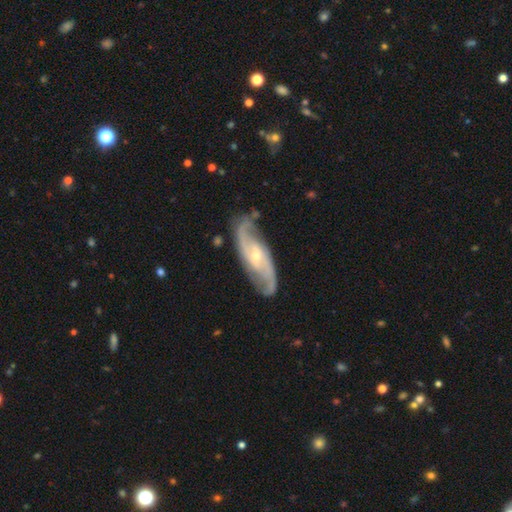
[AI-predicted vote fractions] Smooth or featured: featured or disk — 89% (smooth — 6%)
Edge-on disk: no — 93% (yes — 7%)
Bar: weak — 43% (no — 37%)
Spiral arms: yes — 97% (no — 3%)
Spiral winding: medium — 51% (loose — 25%)
Spiral arm count: 2 — 89% (can't tell — 5%)
Bulge size: small — 64% (moderate — 32%)
Merging: none — 79% (minor disturbance — 14%)